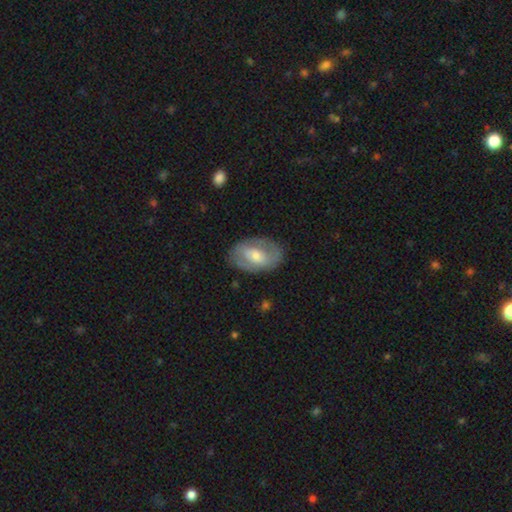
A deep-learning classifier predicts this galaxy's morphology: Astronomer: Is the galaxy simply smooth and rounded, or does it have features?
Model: featured or disk — 56% (runner-up: smooth, 38%).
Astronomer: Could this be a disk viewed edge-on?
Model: no — 94%.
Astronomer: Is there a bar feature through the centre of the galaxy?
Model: weak — 40% (runner-up: no, 39%).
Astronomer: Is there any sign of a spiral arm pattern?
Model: yes — 55% (runner-up: no, 45%).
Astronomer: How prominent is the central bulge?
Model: moderate — 54% (runner-up: small, 37%).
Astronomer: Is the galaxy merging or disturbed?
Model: none — 78%.